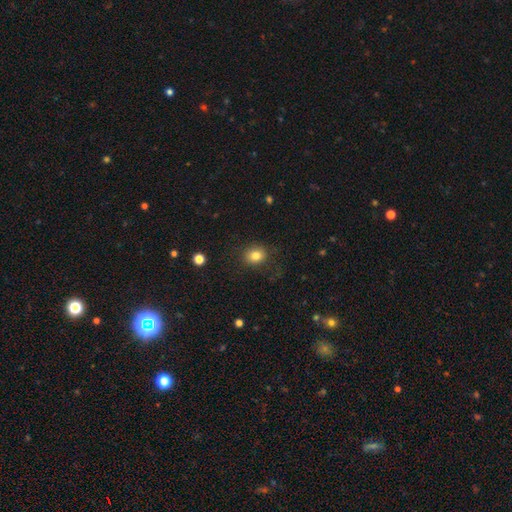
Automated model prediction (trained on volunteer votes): Morphology: type=smooth (81%); roundness=round (65%); merging=none (82%).